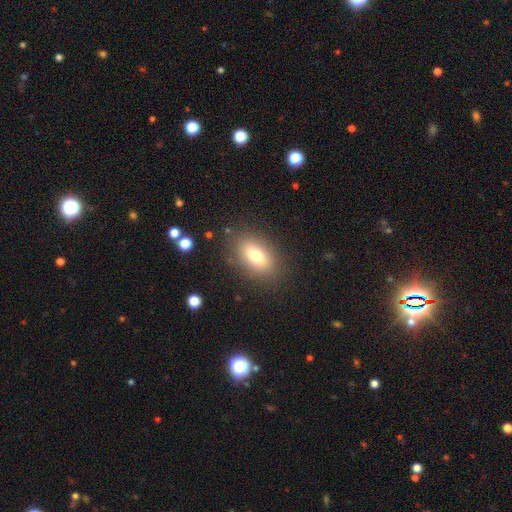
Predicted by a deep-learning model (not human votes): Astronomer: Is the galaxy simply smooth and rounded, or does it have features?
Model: smooth — 74%.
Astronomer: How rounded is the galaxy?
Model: in between — 86%.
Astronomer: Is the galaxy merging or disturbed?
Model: none — 84%.